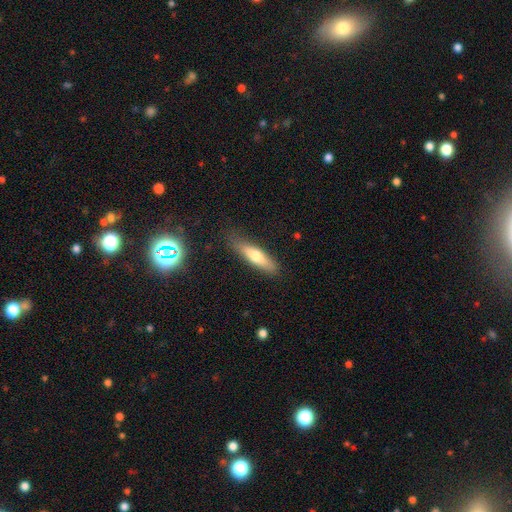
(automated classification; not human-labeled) smooth-or-featured: smooth: 62% | featured or disk: 32% | star or artifact: 6%
  how-rounded: cigar-shaped: 70% | in between: 28% | round: 2%
  merging: none: 82% | minor disturbance: 14% | major disturbance: 3% | merger: 1%